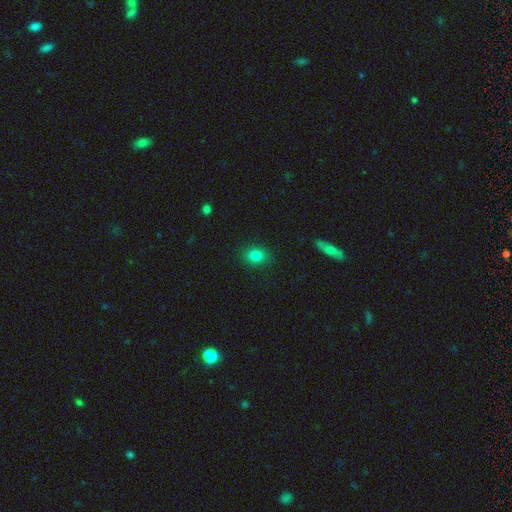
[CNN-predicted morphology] Smooth or featured? Predicted: smooth (p=0.82). How rounded? Predicted: round (p=0.52). Merging? Predicted: none (p=0.87).